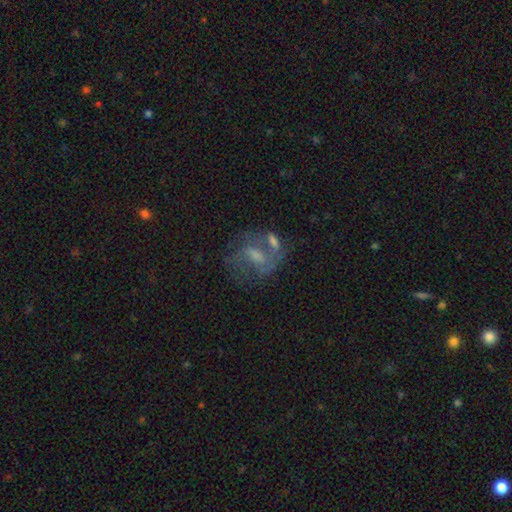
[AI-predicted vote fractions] smooth-or-featured: featured or disk: 63% | smooth: 25% | star or artifact: 12%
  disk-edge-on: no: 96% | yes: 4%
    bar: weak: 47% | no: 34% | strong: 18%
    has-spiral-arms: yes: 68% | no: 32%
    bulge-size: moderate: 39% | small: 32% | none: 20% | large: 7% | dominant: 2%
  merging: none: 41% | merger: 24% | major disturbance: 18% | minor disturbance: 17%